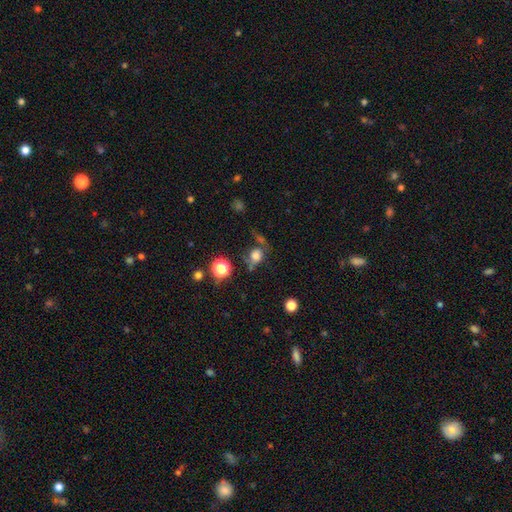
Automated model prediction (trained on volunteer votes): Morphology: type=smooth (68%); roundness=round (62%); merging=none (48%).